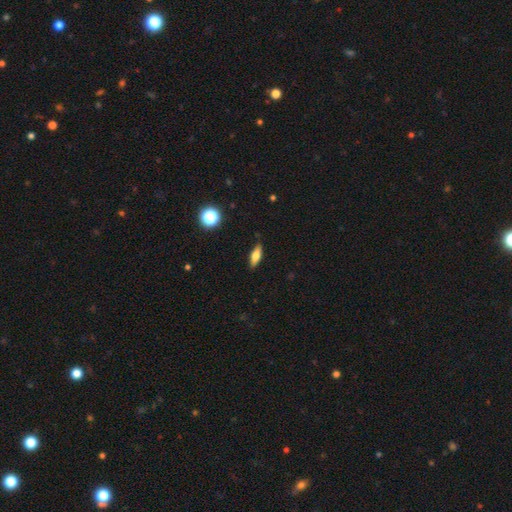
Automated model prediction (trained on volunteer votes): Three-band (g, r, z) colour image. It shows a smooth galaxy with no disk features (60%) that is in between round and cigar-shaped (60%). Merging: none (86%).